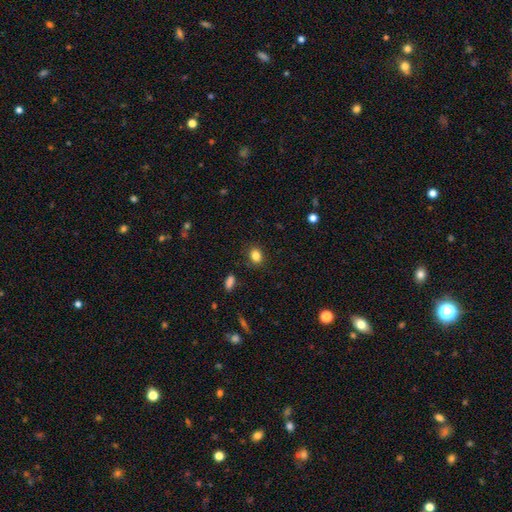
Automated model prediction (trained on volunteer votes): Smooth or featured: smooth — 84% (star or artifact — 10%)
How rounded: round — 50% (in between — 49%)
Merging: none — 85% (minor disturbance — 11%)